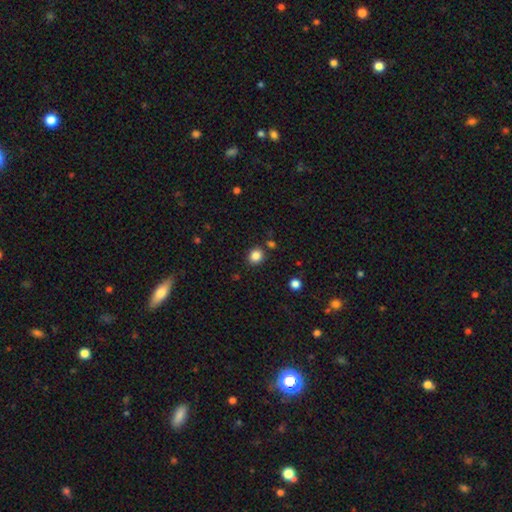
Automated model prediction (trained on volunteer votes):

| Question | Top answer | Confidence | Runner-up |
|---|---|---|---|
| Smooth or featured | smooth | 85% | star or artifact (11%) |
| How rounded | round | 79% | in between (20%) |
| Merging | none | 85% | minor disturbance (8%) |